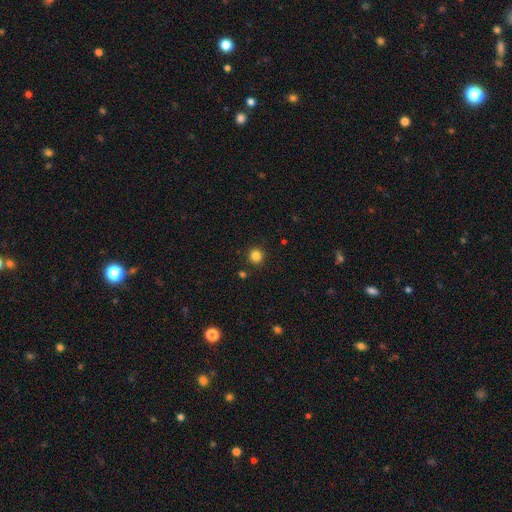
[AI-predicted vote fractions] Overall: smooth (84%). How rounded: round (94%). Merging: none (91%).